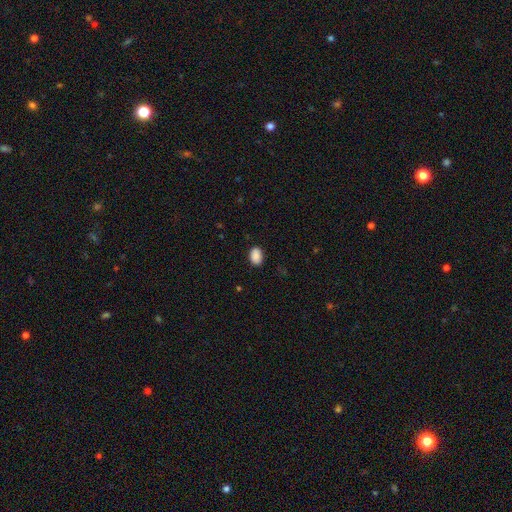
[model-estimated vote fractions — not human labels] A smooth galaxy with no disk features (89%) that is in between round and cigar-shaped (86%).

Vote fractions:
- Smooth or featured? smooth: 89% / star or artifact: 8% / featured or disk: 3%
- How rounded? in between: 86% / round: 13% / cigar-shaped: 1%
- Merging? none: 87% / minor disturbance: 10% / major disturbance: 2% / merger: 1%